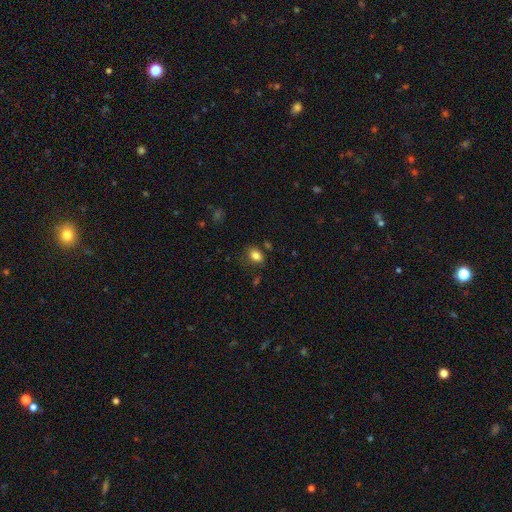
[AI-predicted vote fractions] Smooth or featured?
  - smooth: 83% *
  - star or artifact: 11%
  - featured or disk: 7%
How rounded?
  - in between: 73% *
  - round: 26%
  - cigar-shaped: 1%
Merging?
  - none: 77% *
  - minor disturbance: 16%
  - major disturbance: 4%
  - merger: 3%